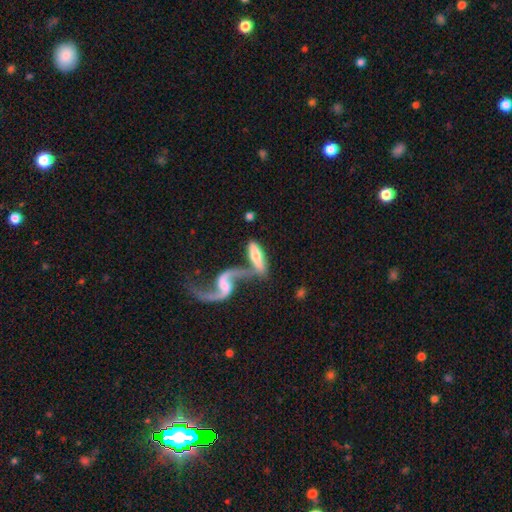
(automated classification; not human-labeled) The model was most divided on "smooth or featured": featured or disk: 48%, smooth: 45%, star or artifact: 6%. More confident: merging — merger (56%).